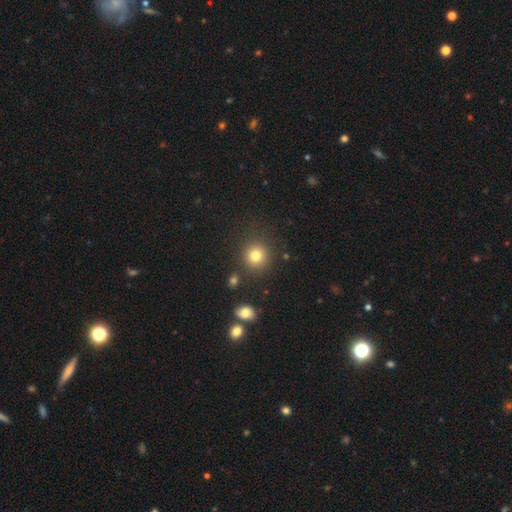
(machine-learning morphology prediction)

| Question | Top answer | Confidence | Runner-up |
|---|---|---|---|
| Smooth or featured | smooth | 81% | star or artifact (12%) |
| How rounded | round | 92% | in between (7%) |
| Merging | none | 85% | minor disturbance (8%) |